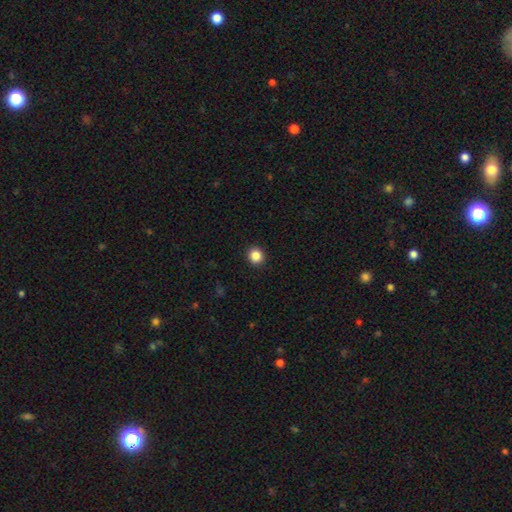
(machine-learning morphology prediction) This is clearly a smooth galaxy (86%). How rounded: clearly round (89%). Merging: clearly none (93%).